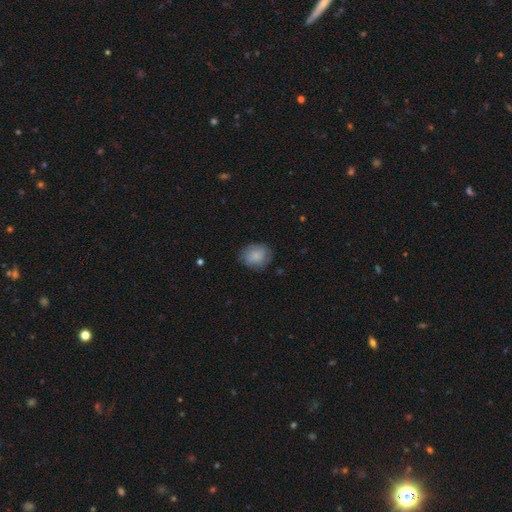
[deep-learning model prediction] Overall: smooth (80%). How rounded: round (58%; in between 41%). Merging: none (76%).